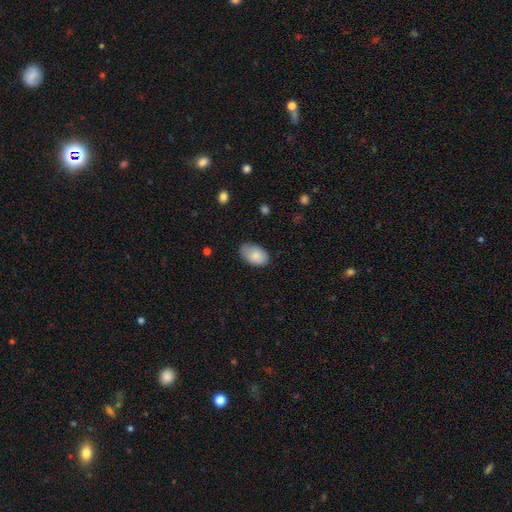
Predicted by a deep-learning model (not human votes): Overall: smooth (82%). How rounded: in between (91%). Merging: none (69%).